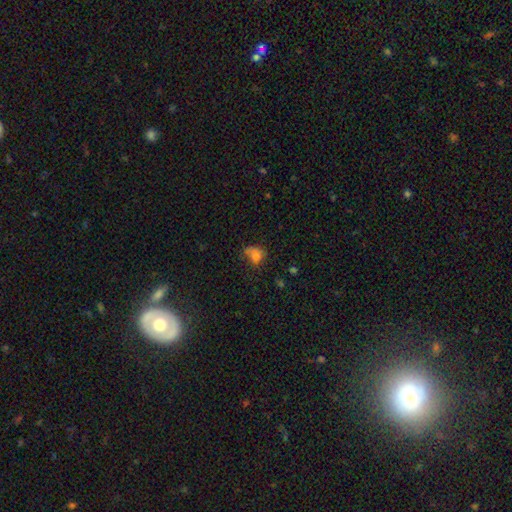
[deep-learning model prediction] This appears to be a smooth galaxy with no disk features (72%) that is in between round and cigar-shaped (54%). Merging: none (35%).